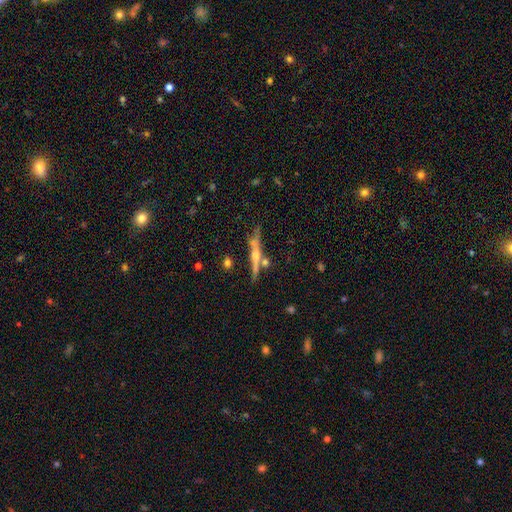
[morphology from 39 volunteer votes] Smooth or featured? 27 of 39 (69%) said featured or disk. Edge-on disk? 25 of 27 (93%) said yes. Edge-on bulge? 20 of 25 (80%) said rounded. Merging? 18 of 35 (51%) said none.